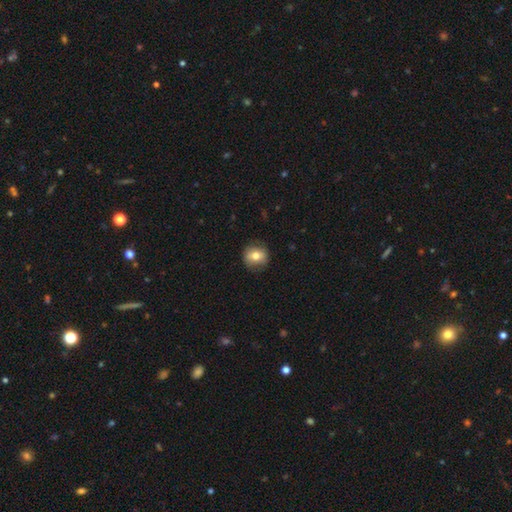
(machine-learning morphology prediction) Smooth or featured: smooth — 71% (featured or disk — 20%)
How rounded: round — 79% (in between — 20%)
Merging: none — 84% (minor disturbance — 12%)